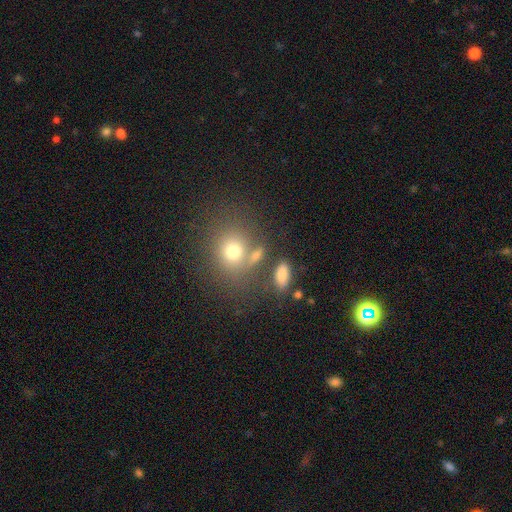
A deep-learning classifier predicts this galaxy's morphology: This is likely a smooth galaxy (73%). How rounded: possibly round (51%). Merging: possibly none (60%).